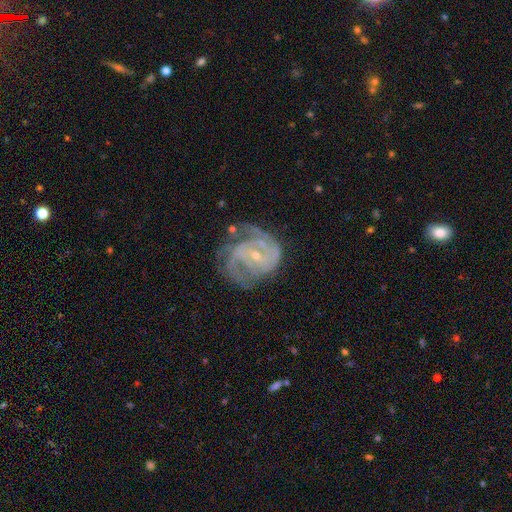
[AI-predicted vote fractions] Morphology: type=featured or disk (87%); edge-on=no (98%); bar=no (50%); spiral arms=yes (96%); winding=tight (49%); arm count=2 (35%); bulge=small (75%); merging=none (60%).